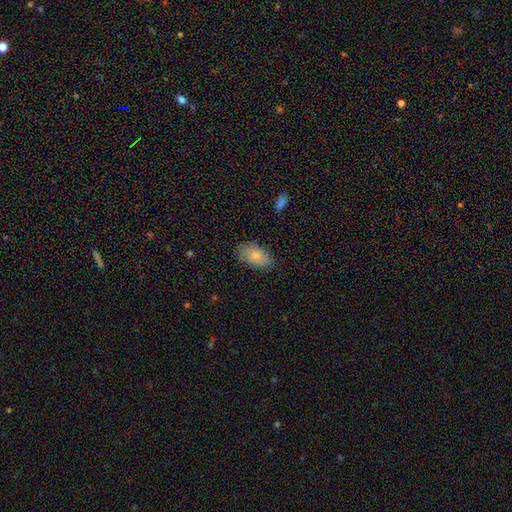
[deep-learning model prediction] This is likely a smooth galaxy (79%). How rounded: clearly in between (92%). Merging: clearly none (82%).